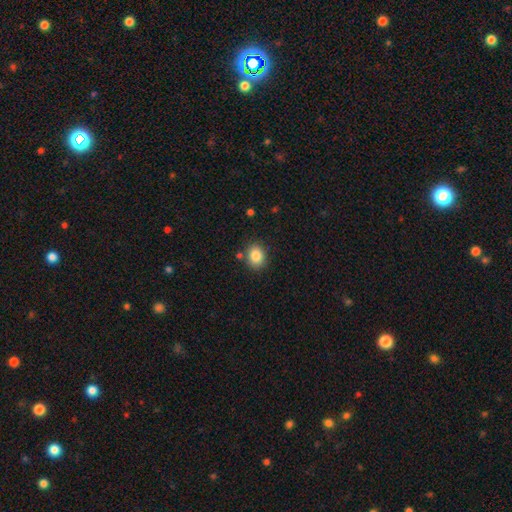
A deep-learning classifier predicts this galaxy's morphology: This is clearly a smooth galaxy (85%). How rounded: possibly round (59%). Merging: clearly none (83%).